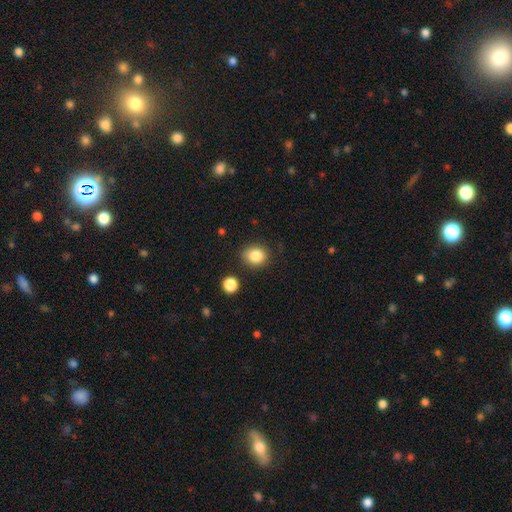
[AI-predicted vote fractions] Smooth or featured: smooth — 84% (star or artifact — 10%)
How rounded: round — 75% (in between — 24%)
Merging: none — 81% (minor disturbance — 12%)